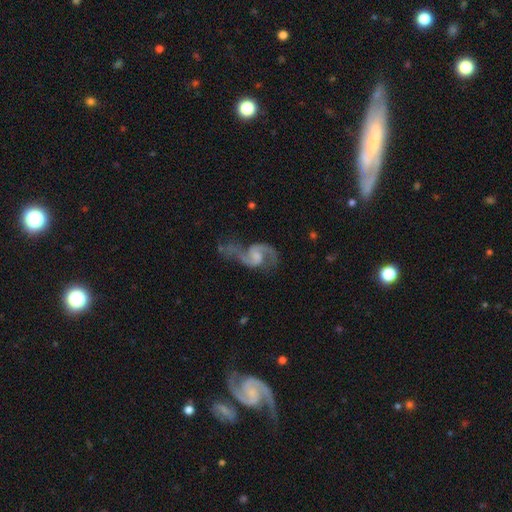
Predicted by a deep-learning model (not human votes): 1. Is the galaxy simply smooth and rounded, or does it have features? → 89% featured or disk, 6% star or artifact, 5% smooth.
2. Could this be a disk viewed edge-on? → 98% no, 2% yes.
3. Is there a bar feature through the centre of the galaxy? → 51% weak, 38% no, 11% strong.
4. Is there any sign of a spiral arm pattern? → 97% yes, 3% no.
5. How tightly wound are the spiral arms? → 47% loose, 45% medium, 8% tight.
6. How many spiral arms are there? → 92% 2, 3% 1, 2% can't tell, 1% 3, 1% 4, 1% more than 4.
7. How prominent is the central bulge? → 40% small, 29% moderate, 26% none, 5% large, 1% dominant.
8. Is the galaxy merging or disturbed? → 55% none, 20% minor disturbance, 19% major disturbance, 7% merger.